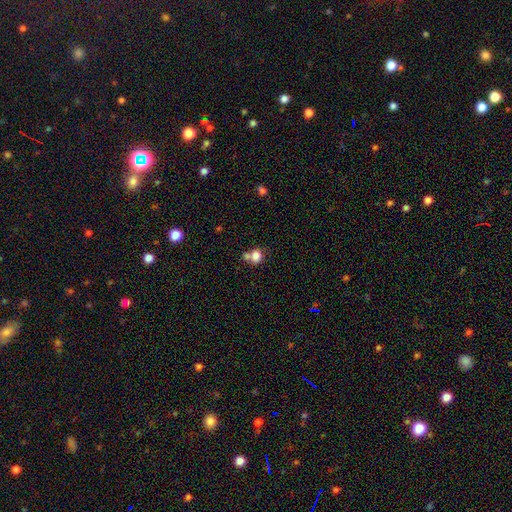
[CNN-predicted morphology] smooth-or-featured: smooth: 79% | star or artifact: 10% | featured or disk: 10%
  how-rounded: round: 71% | in between: 28% | cigar-shaped: 1%
  merging: merger: 43% | none: 40% | minor disturbance: 12% | major disturbance: 6%